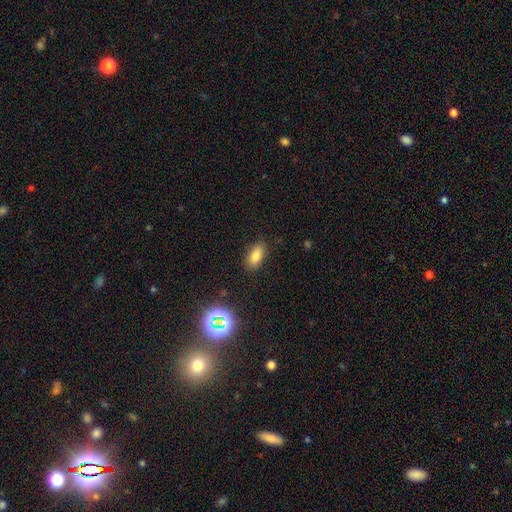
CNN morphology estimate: Smooth or featured?
  - smooth: 81% *
  - star or artifact: 11%
  - featured or disk: 8%
How rounded?
  - in between: 88% *
  - cigar-shaped: 7%
  - round: 5%
Merging?
  - none: 85% *
  - minor disturbance: 10%
  - major disturbance: 3%
  - merger: 1%